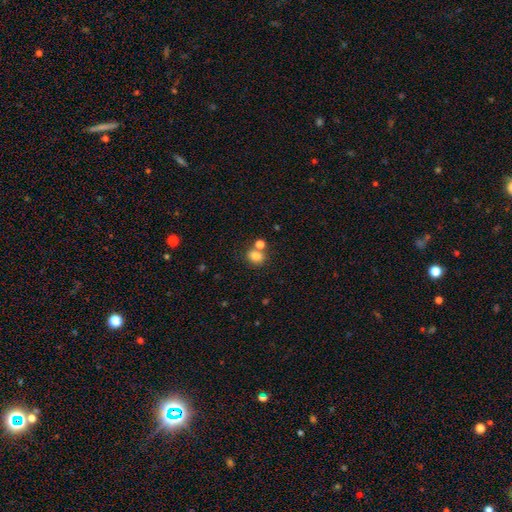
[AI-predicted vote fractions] Morphology: type=smooth (80%); roundness=in between (51%); merging=none (57%).